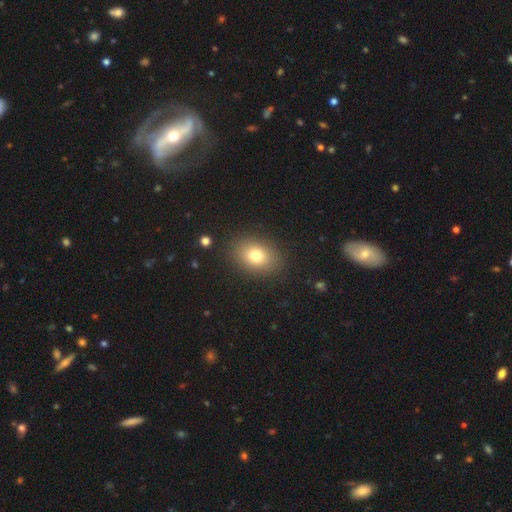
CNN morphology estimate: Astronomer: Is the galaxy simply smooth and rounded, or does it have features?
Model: smooth — 77%.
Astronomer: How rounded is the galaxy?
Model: in between — 64%.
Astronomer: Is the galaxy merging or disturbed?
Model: none — 87%.